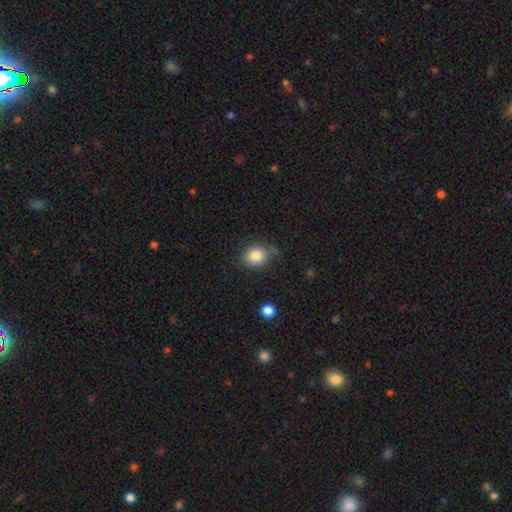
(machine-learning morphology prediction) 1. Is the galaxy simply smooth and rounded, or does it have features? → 82% smooth, 10% star or artifact, 8% featured or disk.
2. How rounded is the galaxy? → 65% round, 34% in between, 1% cigar-shaped.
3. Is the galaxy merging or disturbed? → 67% none, 23% minor disturbance, 6% major disturbance, 4% merger.